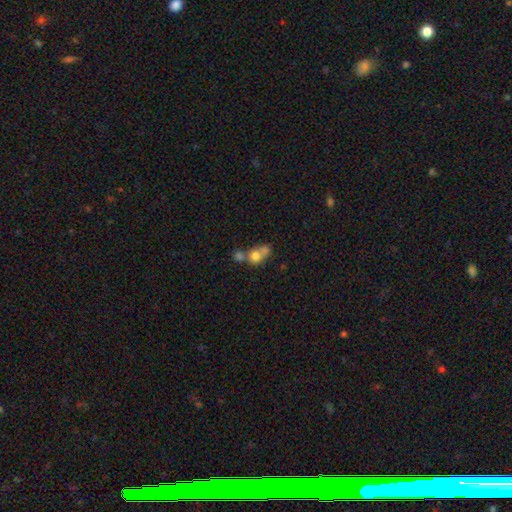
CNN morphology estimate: Smooth or featured? smooth (71%)
How rounded? round (68%)
Merging? merger (62%)